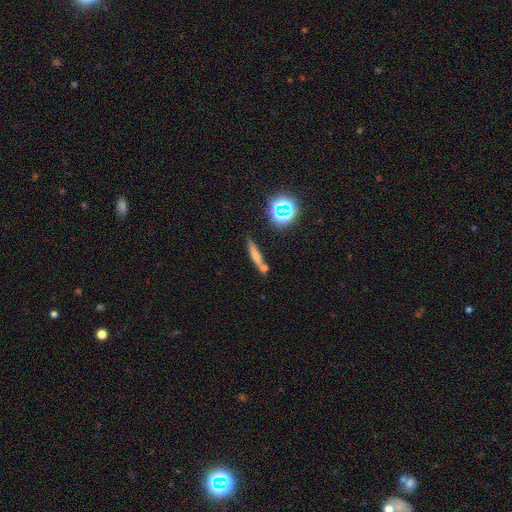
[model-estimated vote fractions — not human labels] Smooth or featured? Predicted: smooth (p=0.62). How rounded? Predicted: cigar-shaped (p=0.84). Merging? Predicted: none (p=0.65).